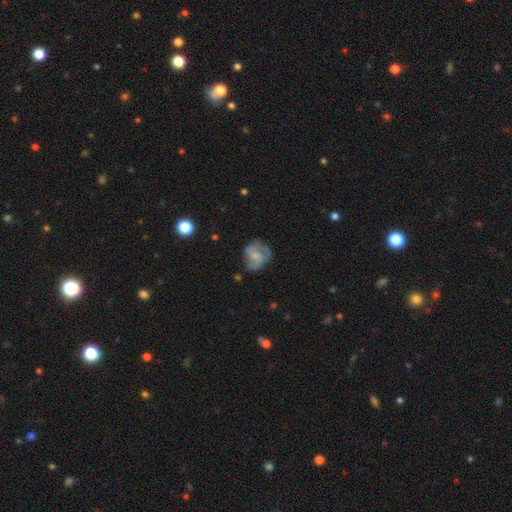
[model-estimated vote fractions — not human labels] A featured or disk galaxy (57%) with no bar (59%), spiral arms (77%) and a small central bulge (45%). Merging: none (57%).